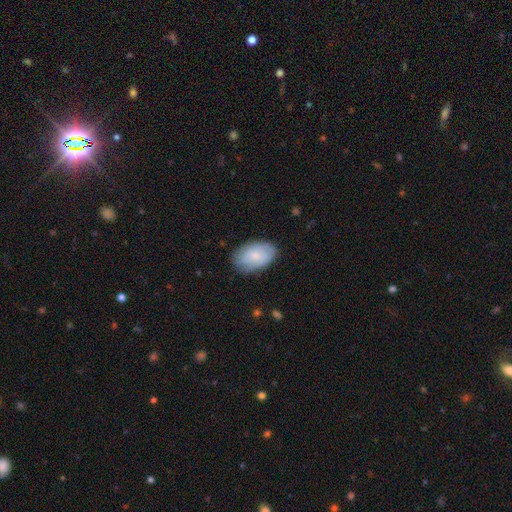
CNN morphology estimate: smooth 70%, featured or disk 24%, star or artifact 6%. Down the decision tree: how rounded — in between (91%); merging — none (77%).